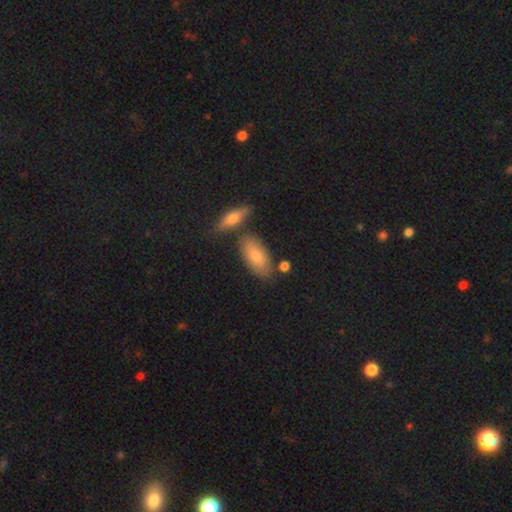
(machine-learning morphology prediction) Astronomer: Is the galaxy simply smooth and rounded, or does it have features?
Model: smooth — 74%.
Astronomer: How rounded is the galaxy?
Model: in between — 88%.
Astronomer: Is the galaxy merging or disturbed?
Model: none — 70%.